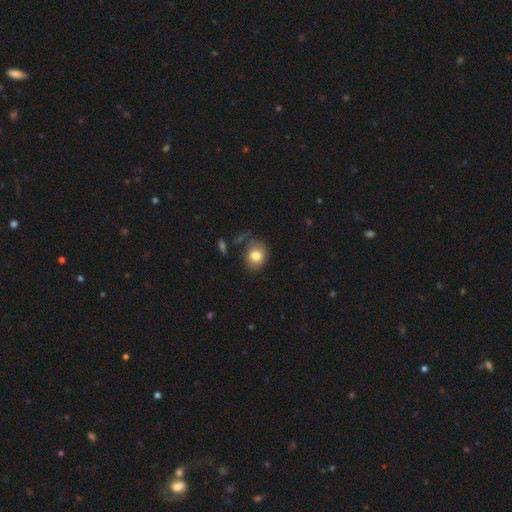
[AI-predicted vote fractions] Smooth or featured? smooth (79%)
How rounded? round (61%)
Merging? none (66%)